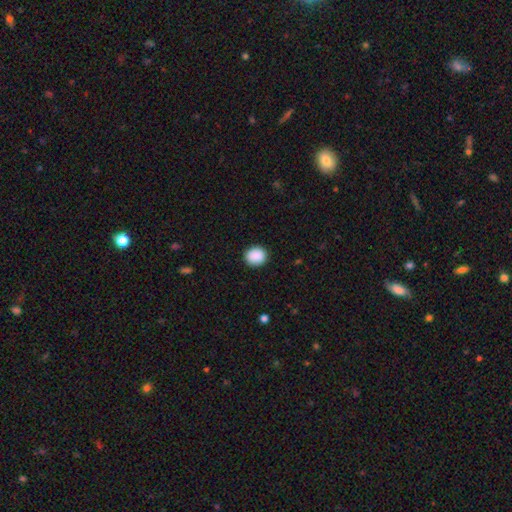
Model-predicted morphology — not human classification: smooth-or-featured: smooth: 90% | star or artifact: 8% | featured or disk: 3%
  how-rounded: round: 78% | in between: 21% | cigar-shaped: 1%
  merging: none: 90% | minor disturbance: 7% | major disturbance: 2% | merger: 1%